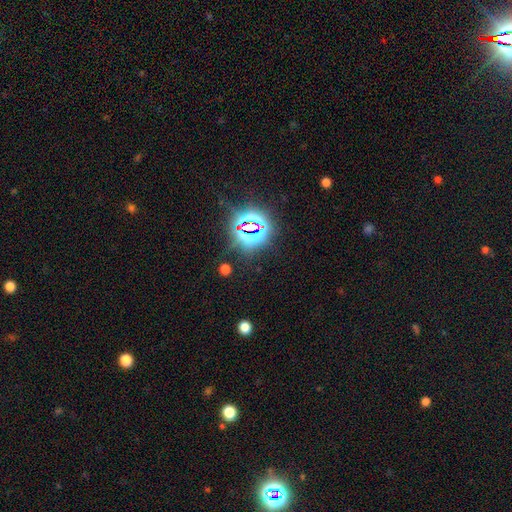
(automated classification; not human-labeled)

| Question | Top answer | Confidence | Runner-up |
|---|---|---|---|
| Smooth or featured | star or artifact | 83% | smooth (11%) |